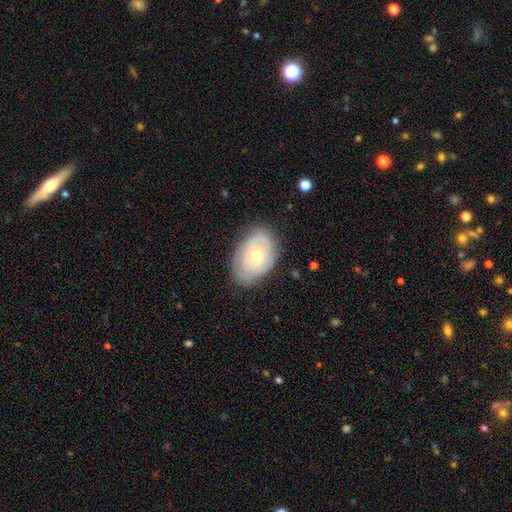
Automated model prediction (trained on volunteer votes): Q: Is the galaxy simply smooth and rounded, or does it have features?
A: featured or disk — 52%.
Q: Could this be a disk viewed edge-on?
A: no — 92%.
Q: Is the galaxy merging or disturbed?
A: none — 73%.